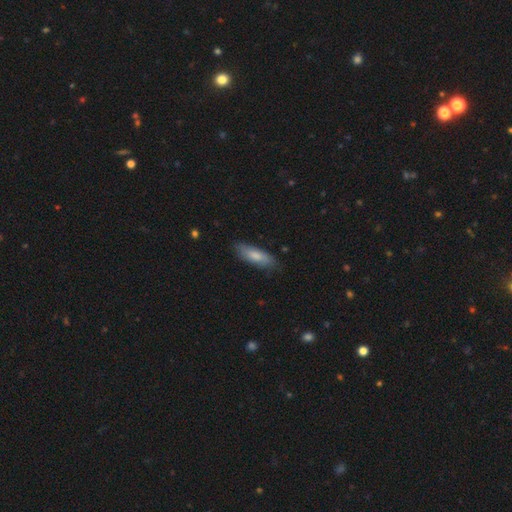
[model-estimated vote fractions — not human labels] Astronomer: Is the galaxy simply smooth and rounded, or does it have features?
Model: smooth — 79%.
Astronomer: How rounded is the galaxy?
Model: in between — 57% (runner-up: cigar-shaped, 42%).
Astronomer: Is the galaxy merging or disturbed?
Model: none — 79%.